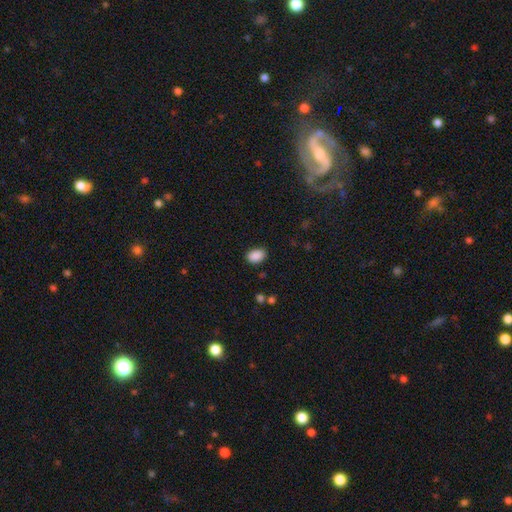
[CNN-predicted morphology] smooth-or-featured: smooth: 89% | star or artifact: 8% | featured or disk: 3%
  how-rounded: in between: 86% | round: 13% | cigar-shaped: 1%
  merging: none: 85% | minor disturbance: 11% | major disturbance: 3% | merger: 1%